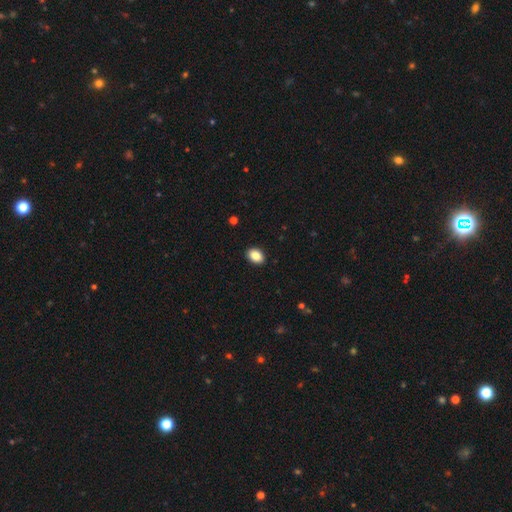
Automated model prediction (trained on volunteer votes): smooth-or-featured: smooth: 87% | star or artifact: 8% | featured or disk: 5%
  how-rounded: in between: 79% | round: 20% | cigar-shaped: 1%
  merging: none: 90% | minor disturbance: 7% | major disturbance: 2% | merger: 1%